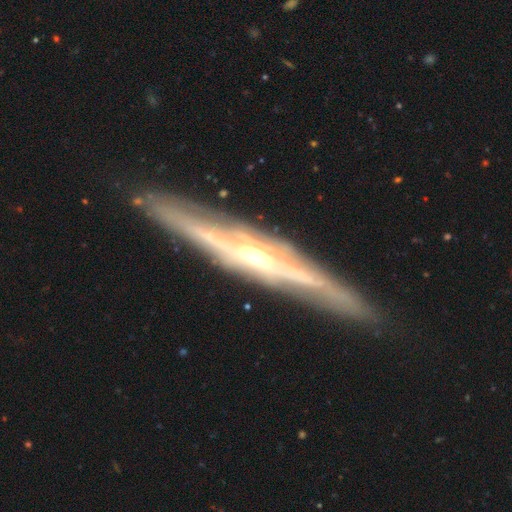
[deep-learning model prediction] This appears to be a featured or disk galaxy (88%) viewed edge-on (94%) with a rounded central bulge (79%). Merging: none (88%).